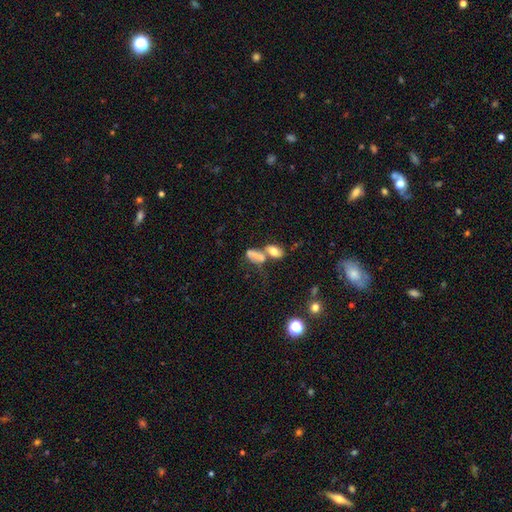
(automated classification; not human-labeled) Smooth or featured: smooth — 68% (featured or disk — 20%)
How rounded: in between — 78% (cigar-shaped — 13%)
Merging: merger — 56% (none — 21%)